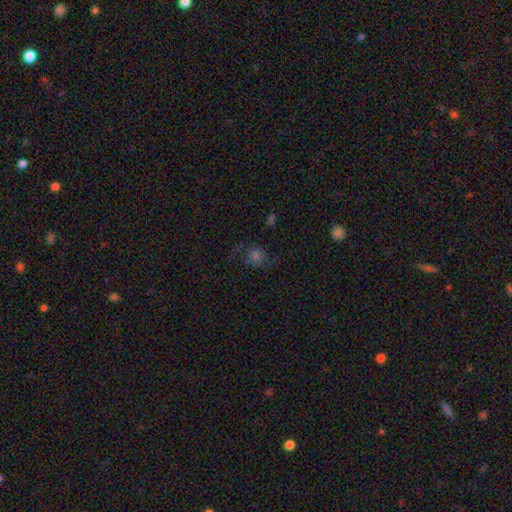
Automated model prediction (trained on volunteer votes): Smooth or featured? Predicted: smooth (p=0.47). Merging? Predicted: none (p=0.62).